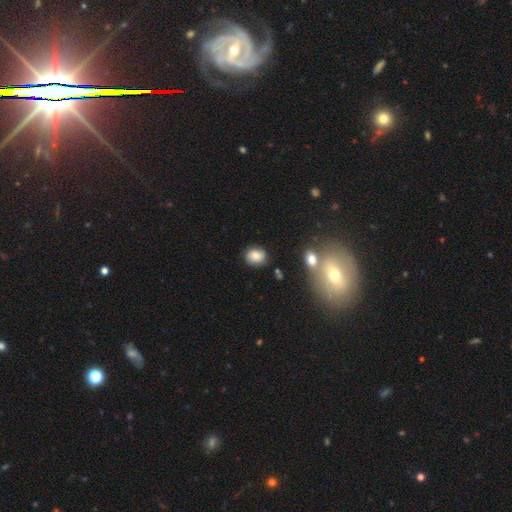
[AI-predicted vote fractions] The model was most divided on "how rounded": round: 69%, in between: 30%, cigar-shaped: 1%. More confident: merging — none (82%); smooth or featured — smooth (70%).